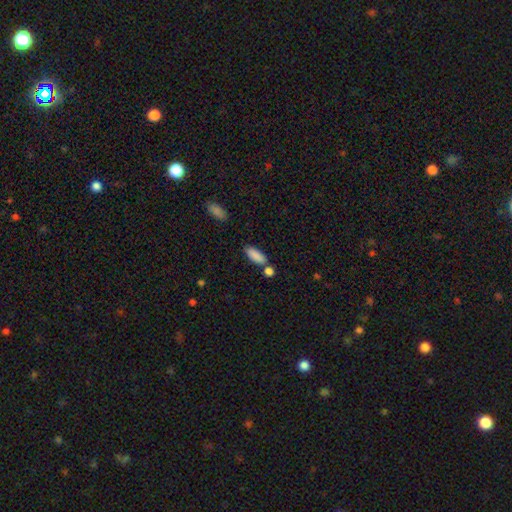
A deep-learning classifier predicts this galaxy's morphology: A smooth galaxy with no disk features (87%) that is in between round and cigar-shaped (74%). Merging: none (66%).